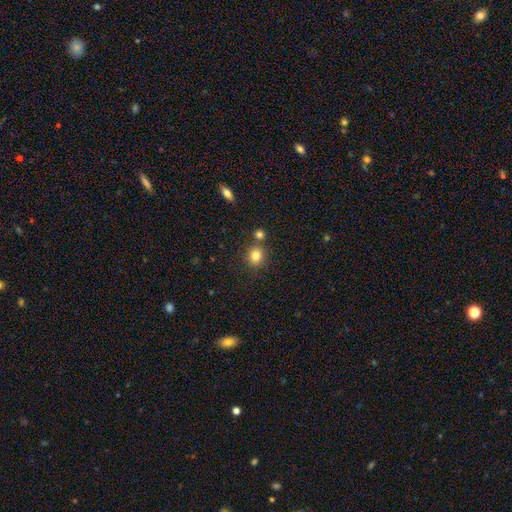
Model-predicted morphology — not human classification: This is clearly a smooth galaxy (82%). How rounded: likely round (79%). Merging: likely none (74%).